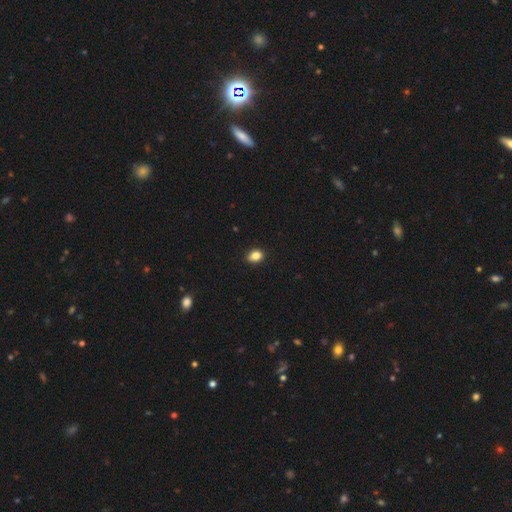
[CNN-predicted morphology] type=smooth (85%); roundness=in between (66%); merging=none (88%).